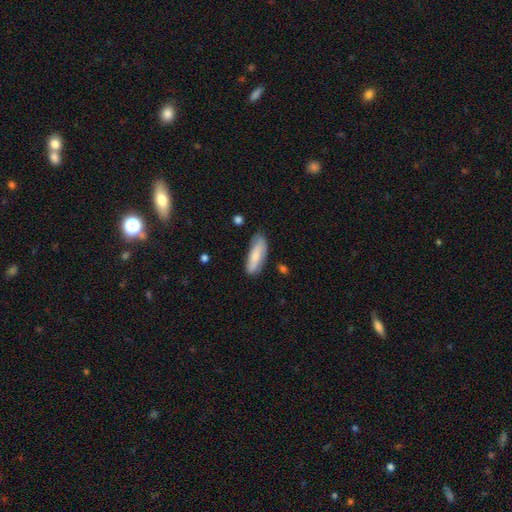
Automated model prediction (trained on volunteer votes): This is likely a smooth galaxy (73%). How rounded: likely in between (62%). Merging: likely none (73%).